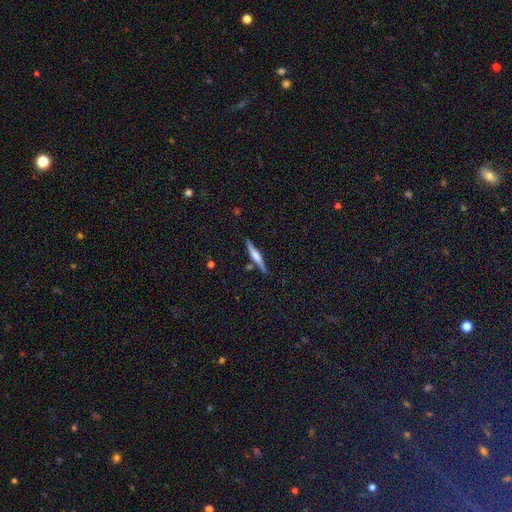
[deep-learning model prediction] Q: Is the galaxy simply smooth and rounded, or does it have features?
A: featured or disk — 49%.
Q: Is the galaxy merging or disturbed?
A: none — 84%.